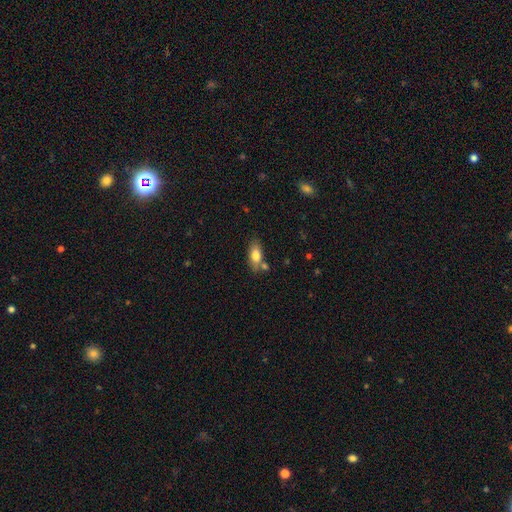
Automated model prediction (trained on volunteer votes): smooth_or_featured: smooth (p=0.76) [alt: featured or disk p=0.16]
how_rounded: in between (p=0.84) [alt: cigar-shaped p=0.11]
merging: none (p=0.66) [alt: minor disturbance p=0.16]